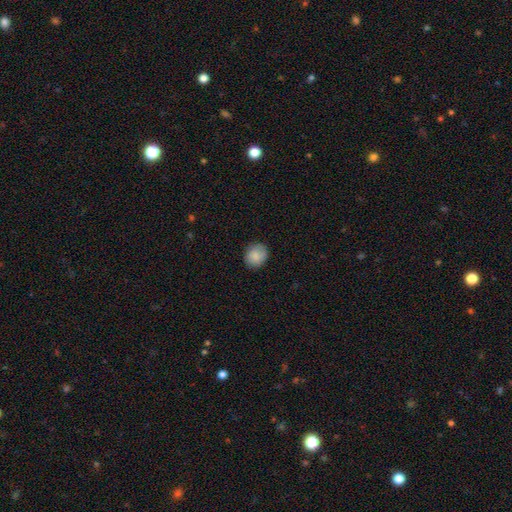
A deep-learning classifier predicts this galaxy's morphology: This appears to be a smooth galaxy with no disk features (86%) that is round (76%). Merging: none (86%).